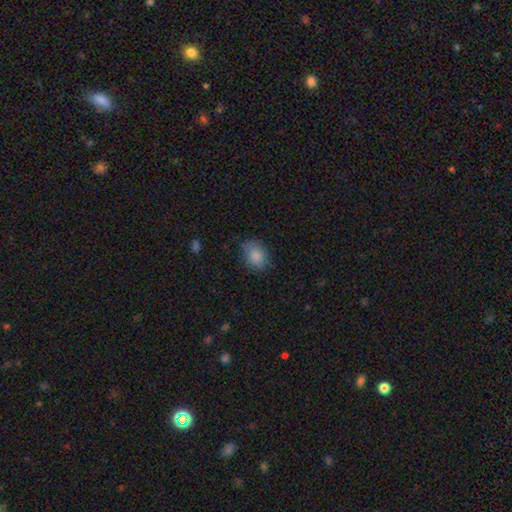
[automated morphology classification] Smooth or featured? Predicted: smooth (p=0.85). How rounded? Predicted: in between (p=0.69). Merging? Predicted: none (p=0.73).